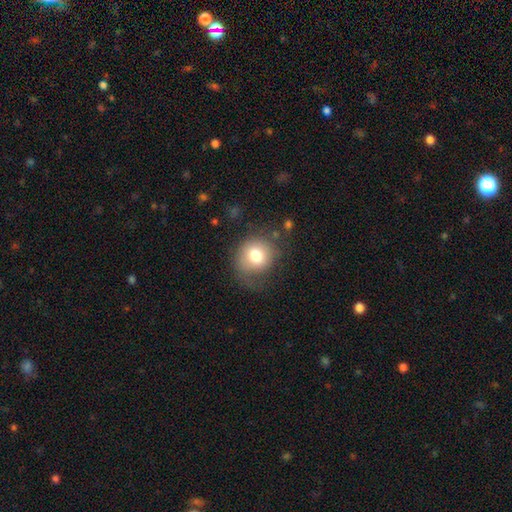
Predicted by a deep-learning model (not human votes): Smooth or featured? Predicted: smooth (p=0.75). How rounded? Predicted: round (p=0.81). Merging? Predicted: none (p=0.57).